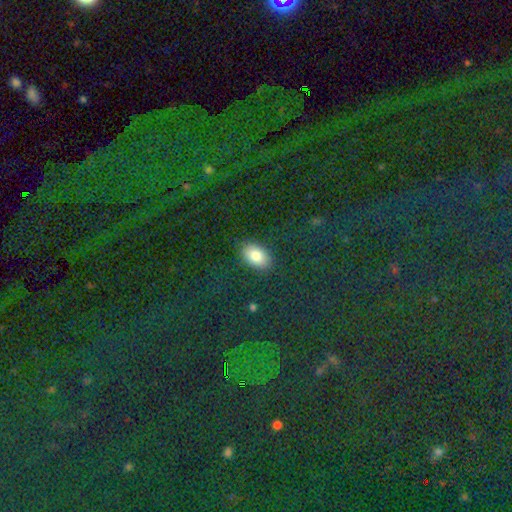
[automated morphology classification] smooth_or_featured: smooth (p=0.81) [alt: star or artifact p=0.10]
how_rounded: in between (p=0.88) [alt: round p=0.10]
merging: none (p=0.86) [alt: minor disturbance p=0.09]